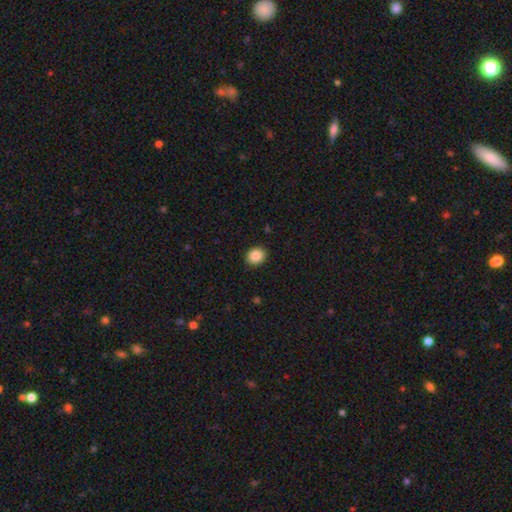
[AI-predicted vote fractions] Overall: smooth (87%). How rounded: round (67%; in between 32%). Merging: none (90%).